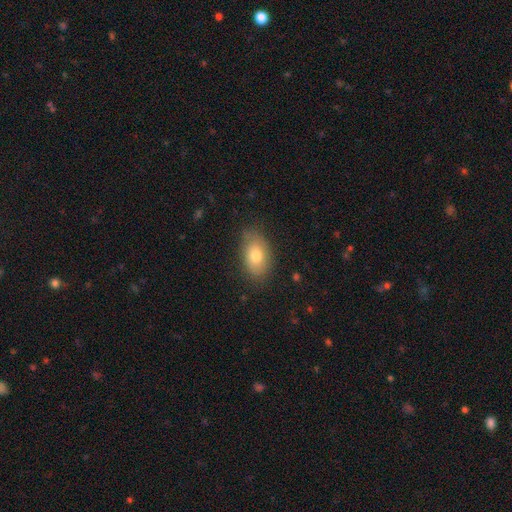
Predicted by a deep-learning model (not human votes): Smooth or featured? smooth (75%)
How rounded? in between (88%)
Merging? none (79%)